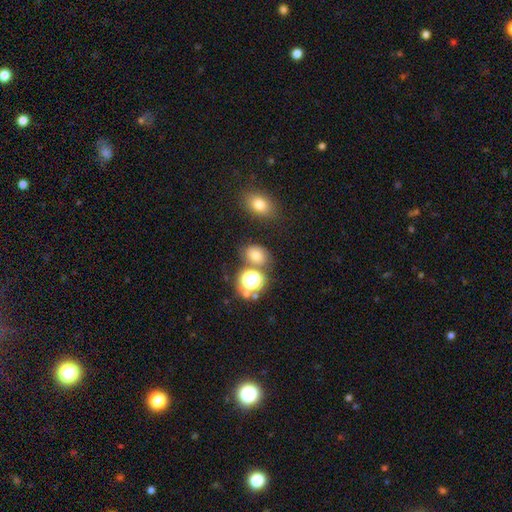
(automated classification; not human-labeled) The model was most divided on "how rounded": in between: 56%, round: 43%, cigar-shaped: 1%. More confident: merging — none (69%); smooth or featured — smooth (65%).